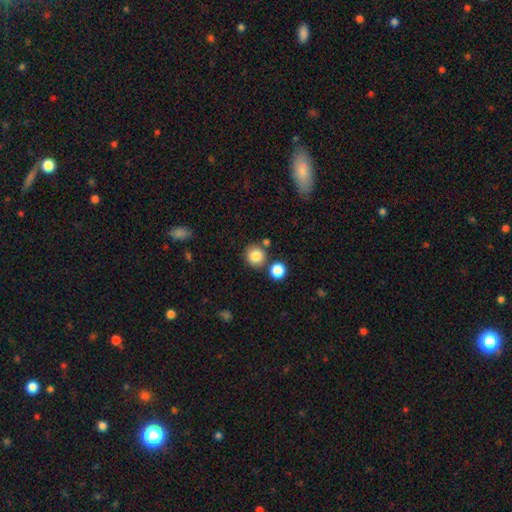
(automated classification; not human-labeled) Q: Smooth or featured?
A: smooth (84%); runner-up: star or artifact (10%)
Q: How rounded?
A: round (90%); runner-up: in between (9%)
Q: Merging?
A: none (79%); runner-up: merger (10%)